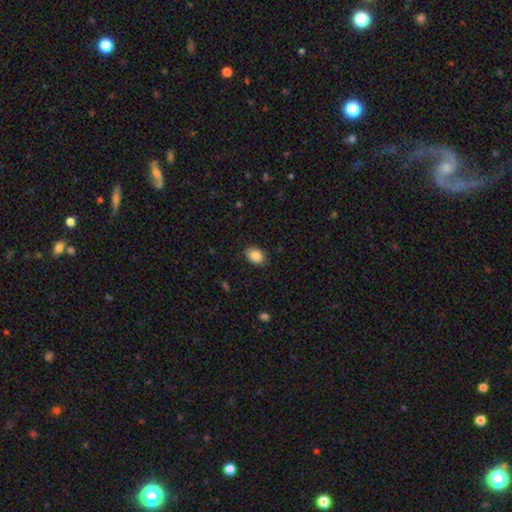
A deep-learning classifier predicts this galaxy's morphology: Smooth or featured: smooth — 89% (star or artifact — 8%)
How rounded: in between — 72% (round — 27%)
Merging: none — 86% (minor disturbance — 11%)